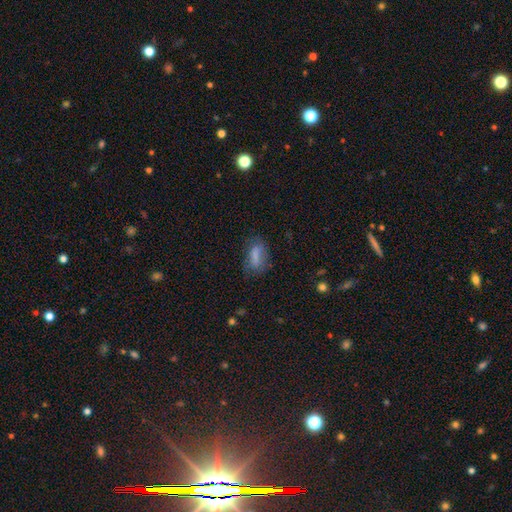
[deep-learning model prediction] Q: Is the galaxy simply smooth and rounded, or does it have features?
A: smooth — 73%.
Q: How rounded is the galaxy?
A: in between — 78%.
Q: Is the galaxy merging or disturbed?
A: none — 63%.